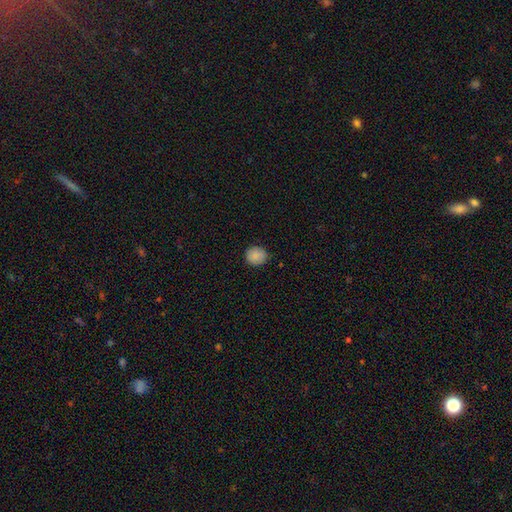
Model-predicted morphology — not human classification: A smooth galaxy with no disk features (87%) that is round (87%). Merging: none (87%).